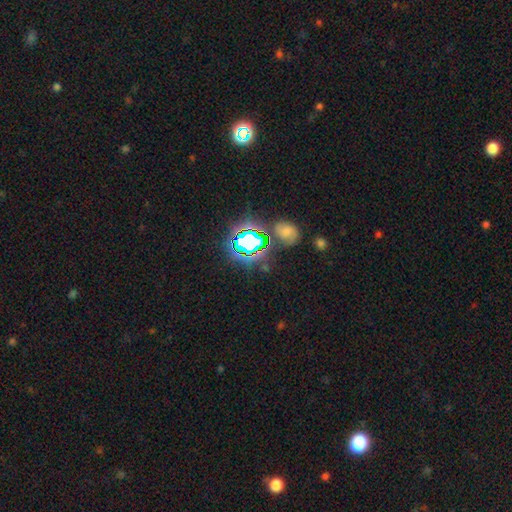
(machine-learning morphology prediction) A star or artifact, not a galaxy (75%).

Vote fractions:
- Smooth or featured? star or artifact: 75% / smooth: 16% / featured or disk: 9%